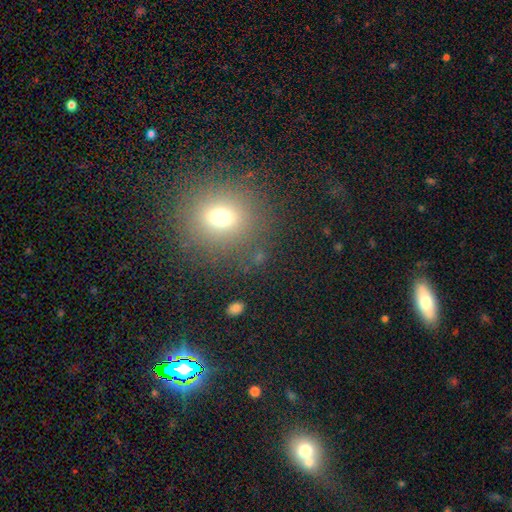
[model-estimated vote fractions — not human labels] Smooth or featured? Predicted: smooth (p=0.63). How rounded? Predicted: round (p=0.71). Merging? Predicted: none (p=0.83).